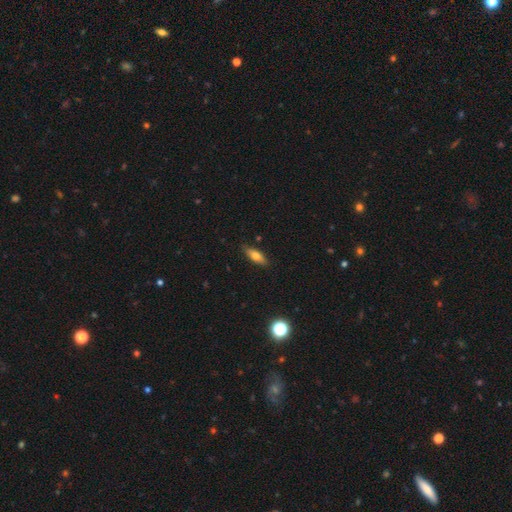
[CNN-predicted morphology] type=smooth (71%); roundness=in between (64%); merging=none (84%).